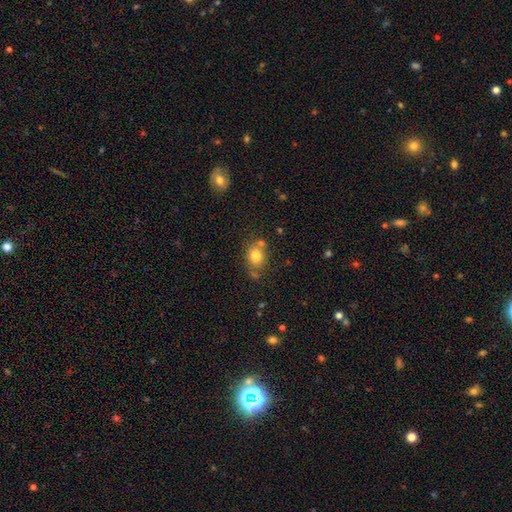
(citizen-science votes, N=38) A smooth galaxy with no disk features (82%) that is round (58%). Merging: none (56%).